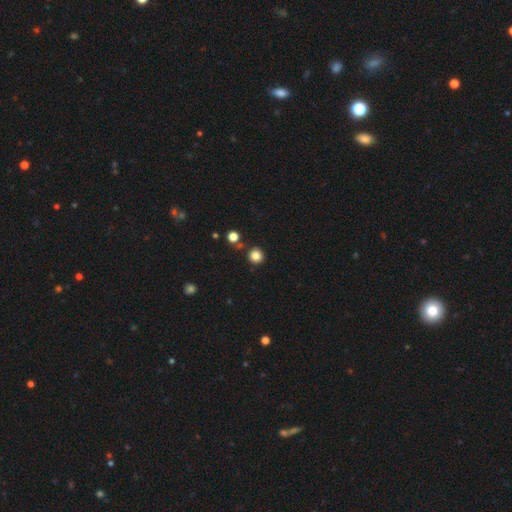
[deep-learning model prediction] Q: Smooth or featured?
A: smooth (83%); runner-up: star or artifact (12%)
Q: How rounded?
A: round (94%); runner-up: in between (5%)
Q: Merging?
A: none (84%); runner-up: minor disturbance (7%)